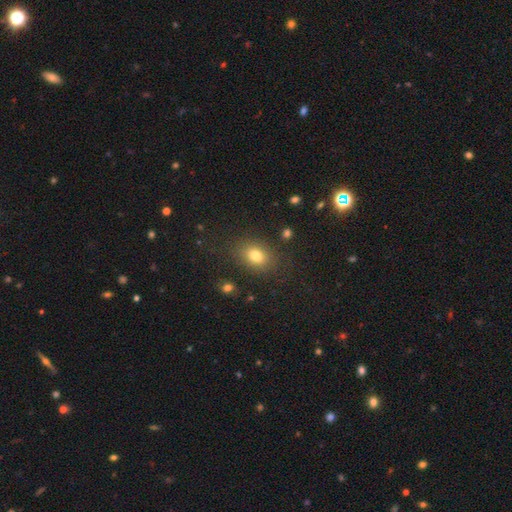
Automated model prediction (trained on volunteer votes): Smooth or featured? smooth (77%)
How rounded? in between (70%)
Merging? none (81%)